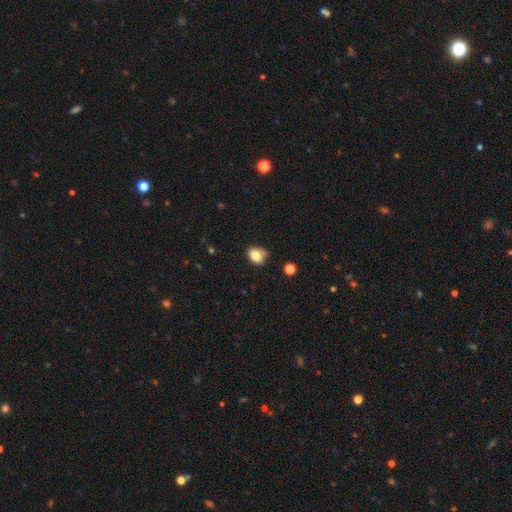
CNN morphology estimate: Q: Smooth or featured?
A: smooth (81%); runner-up: star or artifact (10%)
Q: How rounded?
A: in between (57%); runner-up: round (42%)
Q: Merging?
A: none (65%); runner-up: minor disturbance (25%)